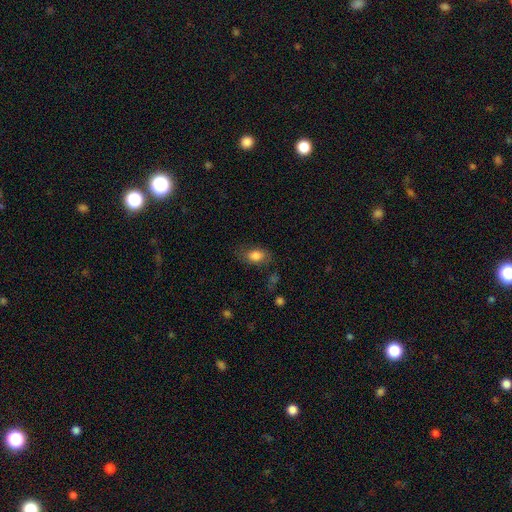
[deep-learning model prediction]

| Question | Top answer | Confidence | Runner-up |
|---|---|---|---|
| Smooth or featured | smooth | 78% | featured or disk (13%) |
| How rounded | in between | 82% | round (16%) |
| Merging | none | 64% | minor disturbance (22%) |